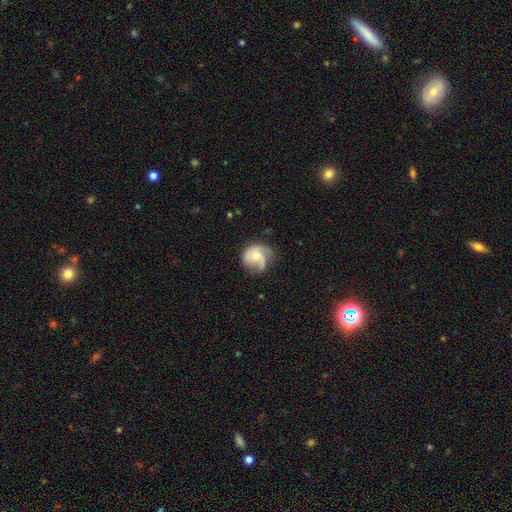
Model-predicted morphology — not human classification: Smooth or featured? Predicted: featured or disk (p=0.59). Edge-on disk? Predicted: no (p=0.98). Bar? Predicted: no (p=0.73). Spiral arms? Predicted: yes (p=0.85). Bulge size? Predicted: moderate (p=0.48). Merging? Predicted: none (p=0.48).